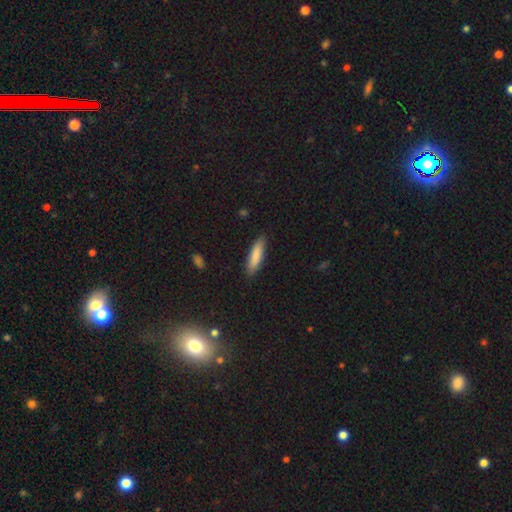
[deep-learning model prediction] smooth_or_featured: smooth (p=0.85) [alt: featured or disk p=0.09]
how_rounded: cigar-shaped (p=0.71) [alt: in between p=0.28]
merging: none (p=0.87) [alt: minor disturbance p=0.10]